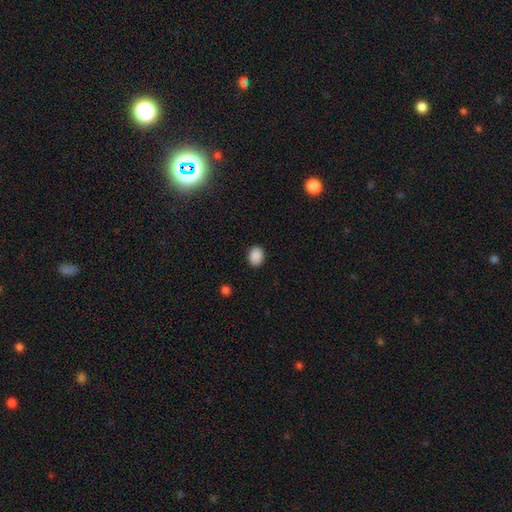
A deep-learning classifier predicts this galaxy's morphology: Overall: smooth (89%). How rounded: in between (52%; round 47%). Merging: none (90%).